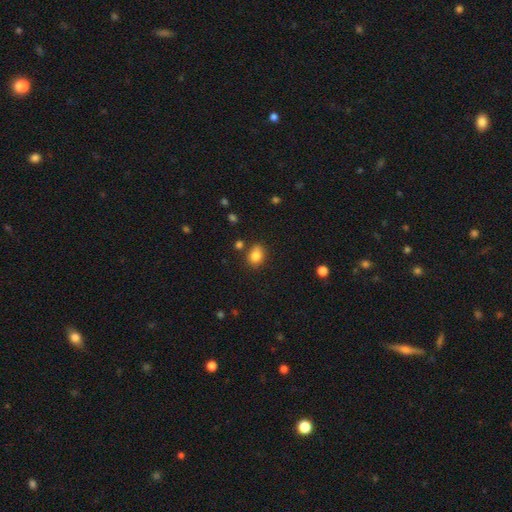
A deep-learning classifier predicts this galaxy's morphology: This appears to be a smooth galaxy with no disk features (82%) that is round (50%). Merging: none (76%).